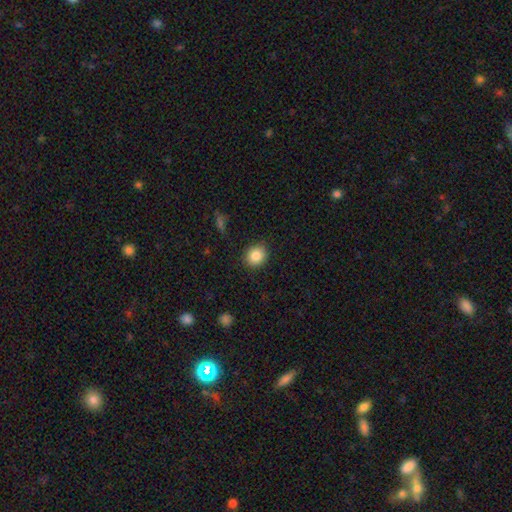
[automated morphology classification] type=smooth (85%); roundness=round (71%); merging=none (89%).